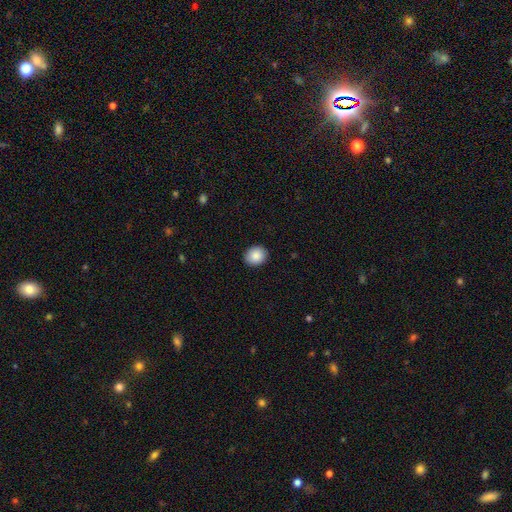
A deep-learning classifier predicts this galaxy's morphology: smooth-or-featured: smooth: 88% | star or artifact: 8% | featured or disk: 4%
  how-rounded: round: 68% | in between: 31% | cigar-shaped: 1%
  merging: none: 91% | minor disturbance: 6% | major disturbance: 2% | merger: 1%